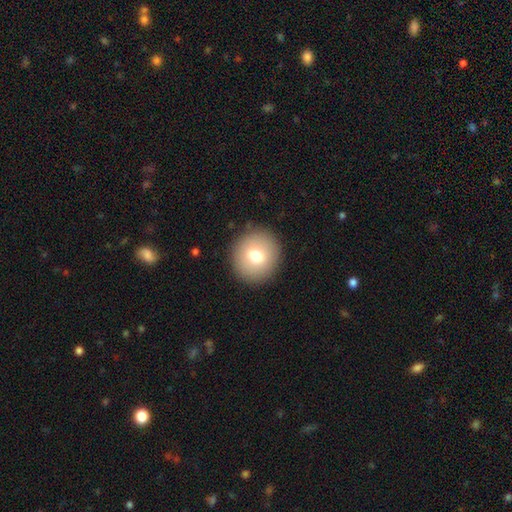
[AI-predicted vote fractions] Overall: smooth (74%). How rounded: round (92%). Merging: none (90%).